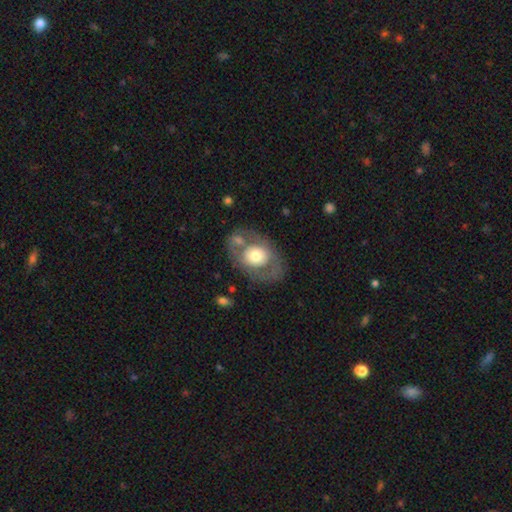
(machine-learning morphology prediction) Overall: featured or disk (47%; smooth 46%). Merging: none (61%).